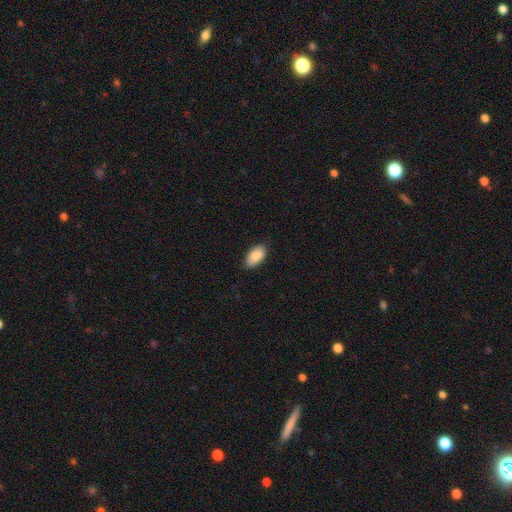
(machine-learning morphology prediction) smooth 88%, star or artifact 6%, featured or disk 6%. Down the decision tree: how rounded — in between (94%); merging — none (81%).